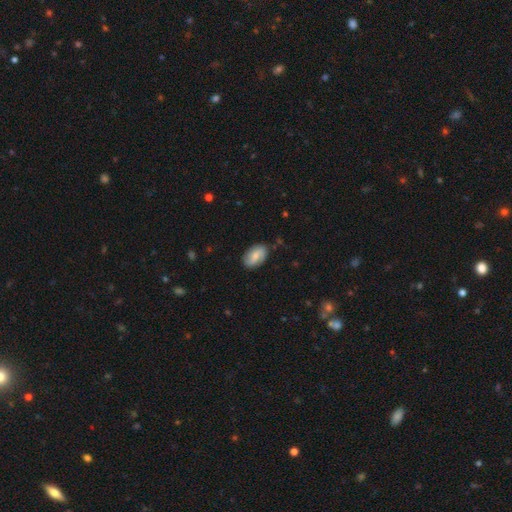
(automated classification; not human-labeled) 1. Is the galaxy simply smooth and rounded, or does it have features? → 47% smooth, 46% featured or disk, 7% star or artifact.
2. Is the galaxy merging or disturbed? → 78% none, 16% minor disturbance, 4% major disturbance, 2% merger.